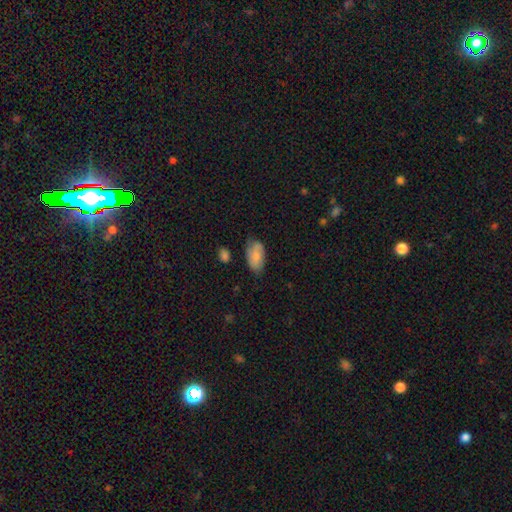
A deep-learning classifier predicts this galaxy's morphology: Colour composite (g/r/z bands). It shows a smooth galaxy with no disk features (71%) that is in between round and cigar-shaped (93%). Merging: none (61%).